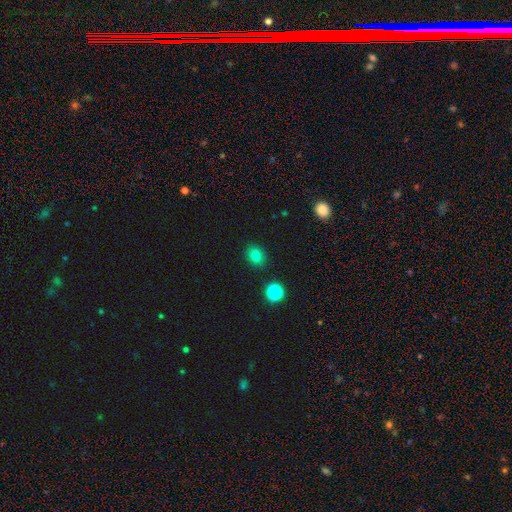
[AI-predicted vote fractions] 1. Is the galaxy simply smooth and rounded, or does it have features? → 79% smooth, 14% star or artifact, 7% featured or disk.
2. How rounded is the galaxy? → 59% round, 40% in between, 1% cigar-shaped.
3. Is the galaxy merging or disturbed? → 88% none, 8% minor disturbance, 2% merger, 2% major disturbance.